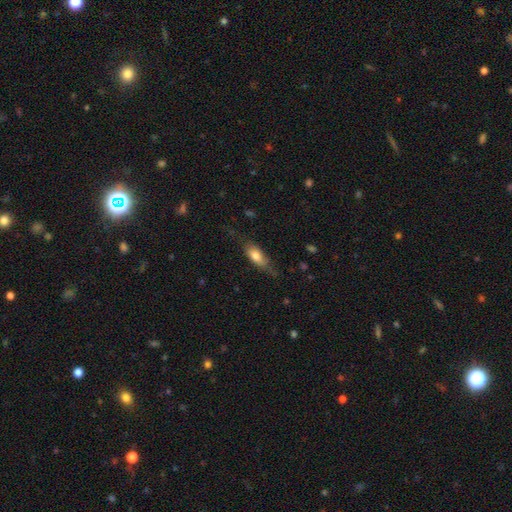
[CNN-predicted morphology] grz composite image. It shows a smooth galaxy with no disk features (71%) that is in between round and cigar-shaped (73%). Merging: none (58%).